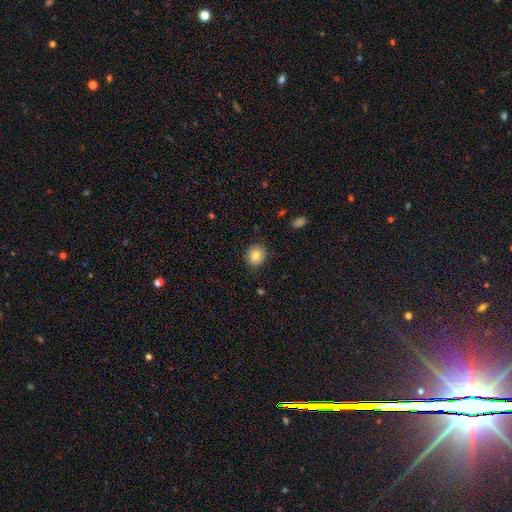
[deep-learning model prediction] smooth_or_featured: smooth (p=0.81) [alt: featured or disk p=0.10]
how_rounded: round (p=0.83) [alt: in between p=0.16]
merging: none (p=0.88) [alt: minor disturbance p=0.09]